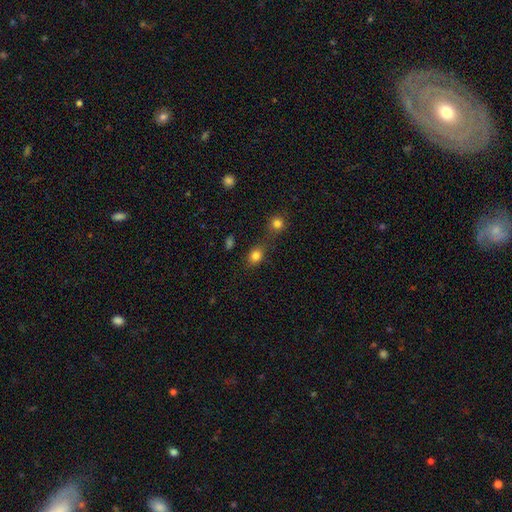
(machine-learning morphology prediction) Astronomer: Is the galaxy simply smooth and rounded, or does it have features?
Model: smooth — 81%.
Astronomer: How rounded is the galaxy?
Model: round — 55% (runner-up: in between, 43%).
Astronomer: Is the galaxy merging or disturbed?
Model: none — 58%.